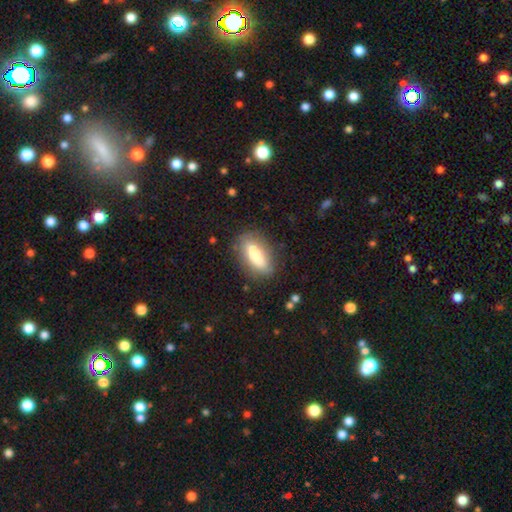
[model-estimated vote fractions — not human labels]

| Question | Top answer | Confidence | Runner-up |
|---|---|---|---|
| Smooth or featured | smooth | 78% | featured or disk (15%) |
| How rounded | in between | 69% | cigar-shaped (29%) |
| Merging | none | 81% | minor disturbance (13%) |